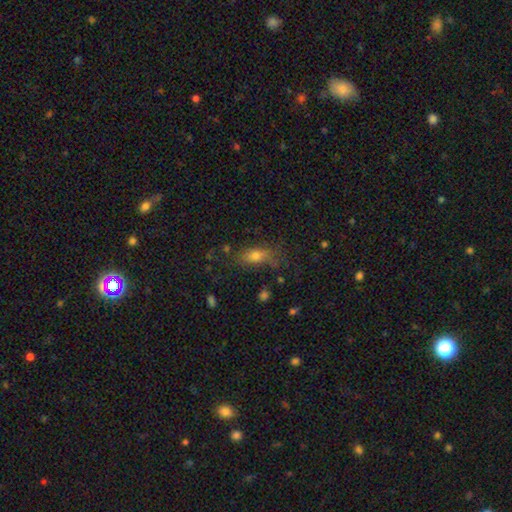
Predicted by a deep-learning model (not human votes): smooth 69%, featured or disk 17%, star or artifact 14%. Down the decision tree: how rounded — in between (71%); merging — none (64%).